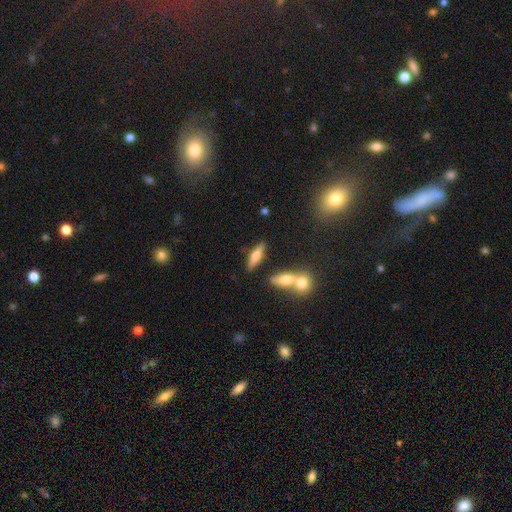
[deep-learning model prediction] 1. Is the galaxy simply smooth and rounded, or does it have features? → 56% smooth, 36% featured or disk, 8% star or artifact.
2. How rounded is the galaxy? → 56% cigar-shaped, 41% in between, 3% round.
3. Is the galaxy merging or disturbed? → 75% none, 11% merger, 11% minor disturbance, 3% major disturbance.